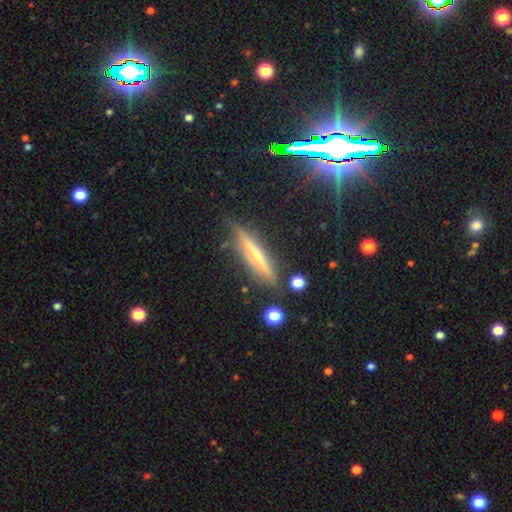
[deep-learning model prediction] Morphology: type=featured or disk (69%); edge-on=yes (95%); edge-on bulge=rounded (66%); merging=none (83%).